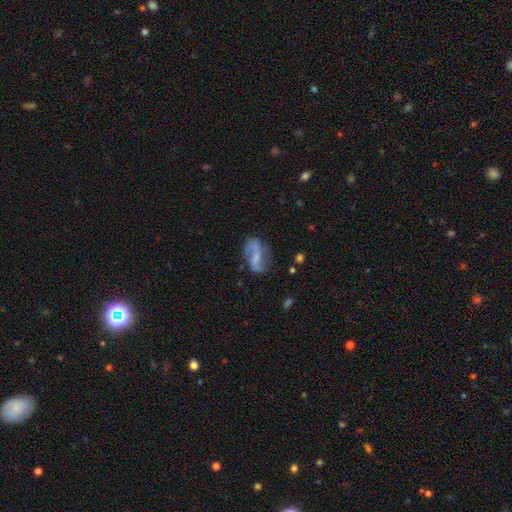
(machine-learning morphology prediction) smooth-or-featured: featured or disk: 77% | smooth: 16% | star or artifact: 8%
  disk-edge-on: no: 97% | yes: 3%
    bar: weak: 41% | no: 35% | strong: 24%
    has-spiral-arms: yes: 91% | no: 9%
      spiral-winding: loose: 64% | medium: 28% | tight: 8%
      spiral-arm-count: 2: 87% | 1: 6% | can't tell: 4% | 3: 1% | 4: 1% | more than 4: 1%
    bulge-size: none: 44% | small: 34% | moderate: 17% | large: 3% | dominant: 1%
  merging: none: 64% | minor disturbance: 20% | major disturbance: 12% | merger: 4%